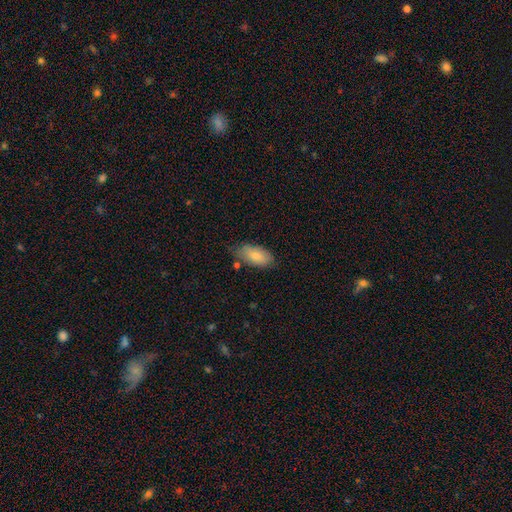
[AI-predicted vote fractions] Smooth or featured? Predicted: smooth (p=0.82). How rounded? Predicted: in between (p=0.92). Merging? Predicted: none (p=0.67).